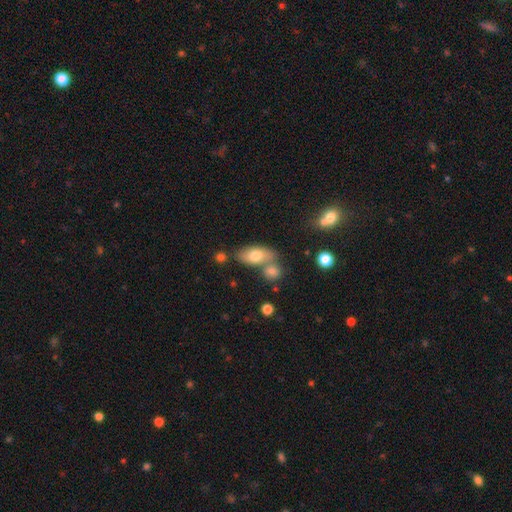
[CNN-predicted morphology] smooth-or-featured: smooth: 73% | featured or disk: 19% | star or artifact: 8%
  how-rounded: in between: 87% | round: 7% | cigar-shaped: 6%
  merging: none: 55% | merger: 28% | minor disturbance: 13% | major disturbance: 4%